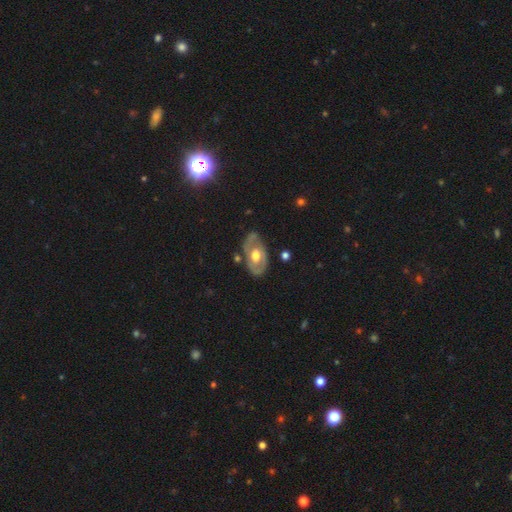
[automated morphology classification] Overall: featured or disk (64%; smooth 31%). Edge-on disk: no (91%). Bar: no (75%). Spiral arms: no (64%; yes 36%). Bulge size: moderate (66%). Merging: none (69%).